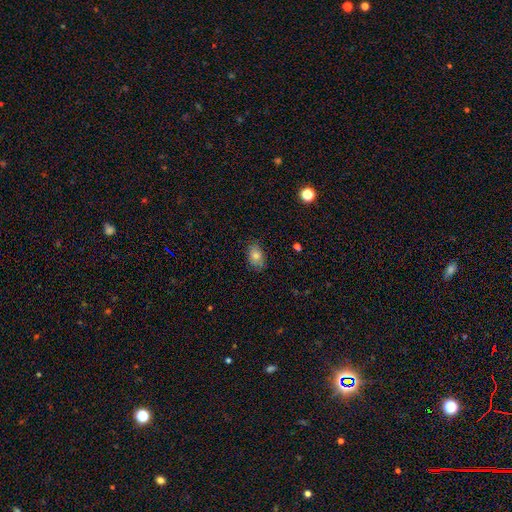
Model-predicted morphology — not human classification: Smooth or featured? Predicted: smooth (p=0.68). How rounded? Predicted: in between (p=0.82). Merging? Predicted: none (p=0.80).